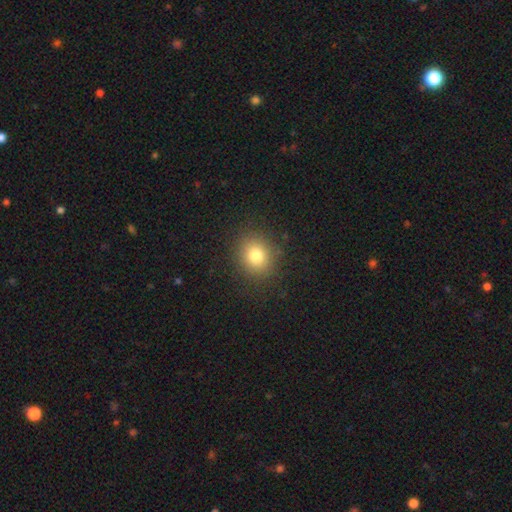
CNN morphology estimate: smooth-or-featured: smooth: 79% | star or artifact: 13% | featured or disk: 8%
  how-rounded: round: 74% | in between: 25% | cigar-shaped: 1%
  merging: none: 88% | minor disturbance: 8% | major disturbance: 3% | merger: 1%